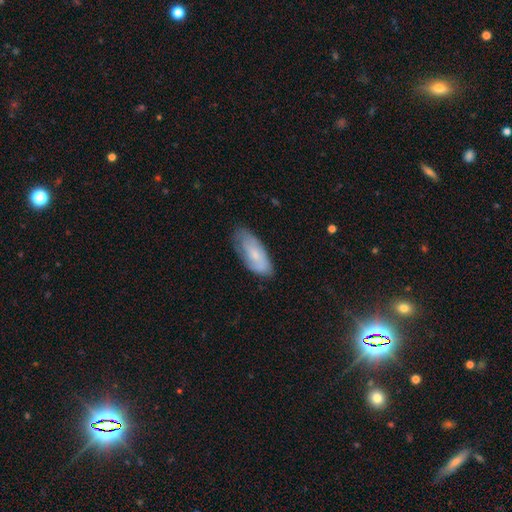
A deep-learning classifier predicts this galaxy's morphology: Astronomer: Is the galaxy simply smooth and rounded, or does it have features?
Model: smooth — 58% (runner-up: featured or disk, 35%).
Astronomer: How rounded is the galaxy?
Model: in between — 83%.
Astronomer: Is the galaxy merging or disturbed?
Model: none — 63%.